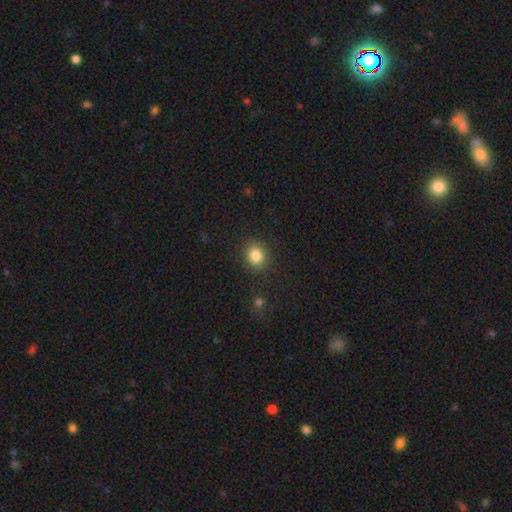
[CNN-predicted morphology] Overall: smooth (83%). How rounded: round (76%). Merging: none (87%).